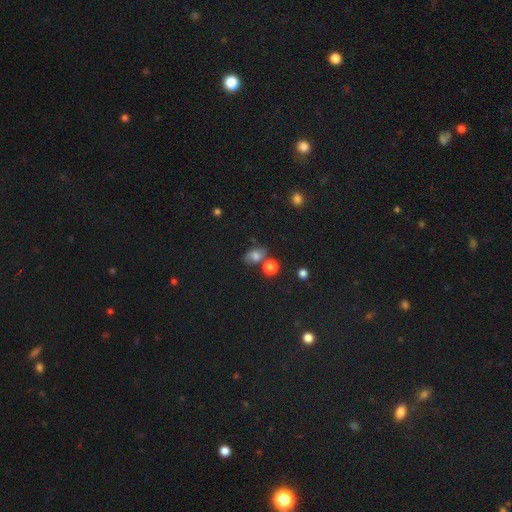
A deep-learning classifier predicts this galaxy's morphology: A smooth galaxy with no disk features (68%) that is in between round and cigar-shaped (65%).

Vote fractions:
- Smooth or featured? smooth: 68% / star or artifact: 19% / featured or disk: 14%
- How rounded? in between: 65% / round: 33% / cigar-shaped: 2%
- Merging? none: 58% / minor disturbance: 19% / merger: 15% / major disturbance: 7%